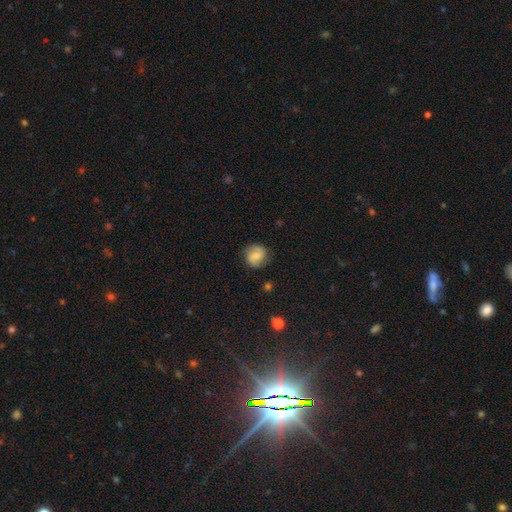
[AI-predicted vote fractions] Q: Smooth or featured?
A: smooth (48%); runner-up: featured or disk (43%)
Q: Merging?
A: none (81%); runner-up: minor disturbance (14%)